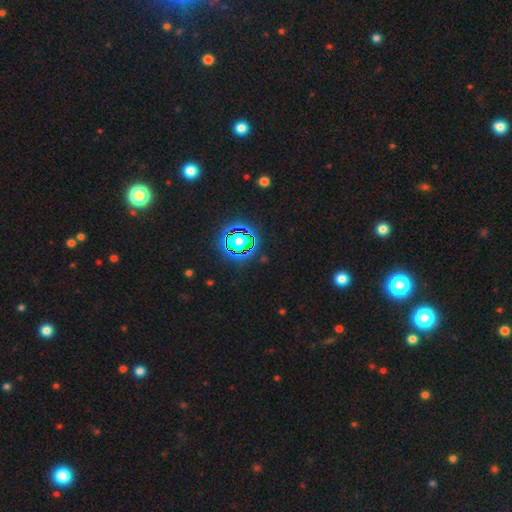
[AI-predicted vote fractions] The model was most divided on "smooth or featured": star or artifact: 76%, smooth: 17%, featured or disk: 7%.